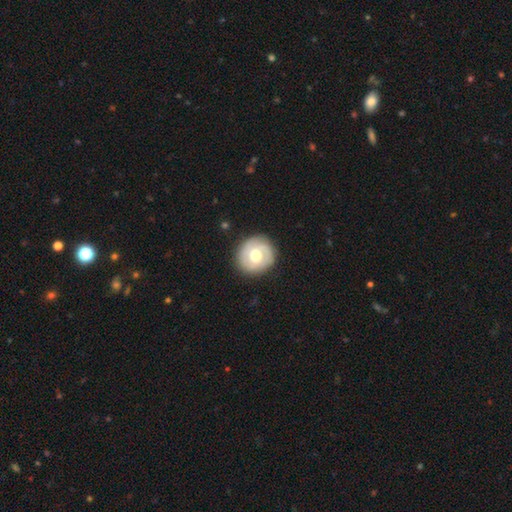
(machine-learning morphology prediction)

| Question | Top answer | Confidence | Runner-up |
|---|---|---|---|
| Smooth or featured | featured or disk | 51% | smooth (43%) |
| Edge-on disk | no | 97% | yes (3%) |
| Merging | none | 83% | minor disturbance (12%) |